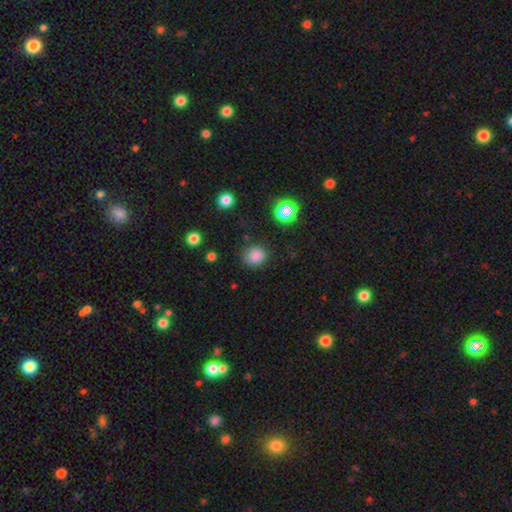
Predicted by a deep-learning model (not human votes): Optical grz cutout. It shows a smooth galaxy with no disk features (81%) that is round (77%). Merging: none (81%).